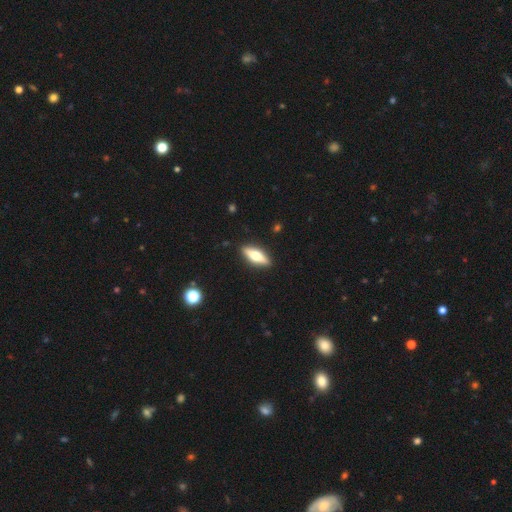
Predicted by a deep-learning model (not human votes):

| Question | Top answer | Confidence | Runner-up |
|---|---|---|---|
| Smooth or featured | smooth | 47% | tied: featured or disk (47%) |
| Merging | none | 89% | minor disturbance (8%) |